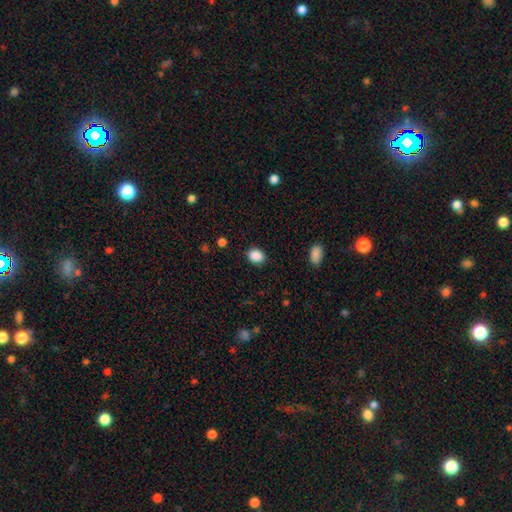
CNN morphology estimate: This appears to be a smooth galaxy with no disk features (88%) that is in between round and cigar-shaped (57%). Merging: none (87%).